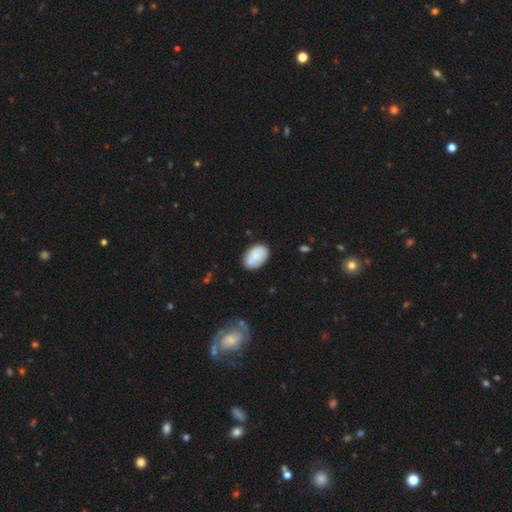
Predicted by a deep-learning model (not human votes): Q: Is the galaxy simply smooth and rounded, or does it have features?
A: smooth — 82%.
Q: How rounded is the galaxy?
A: in between — 89%.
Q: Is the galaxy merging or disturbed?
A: none — 79%.